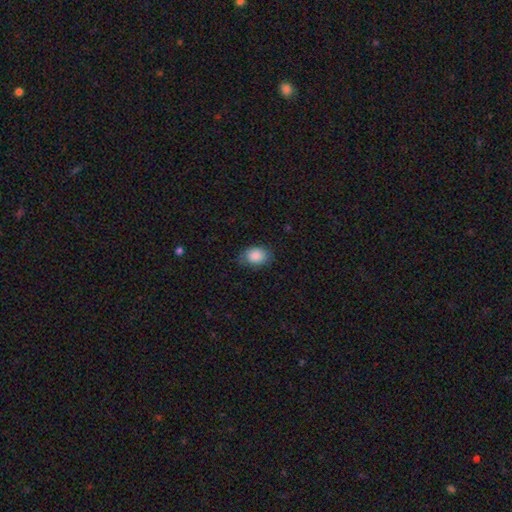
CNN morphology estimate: The model was most divided on "how rounded": in between: 68%, round: 31%, cigar-shaped: 1%. More confident: smooth or featured — smooth (86%); merging — none (73%).